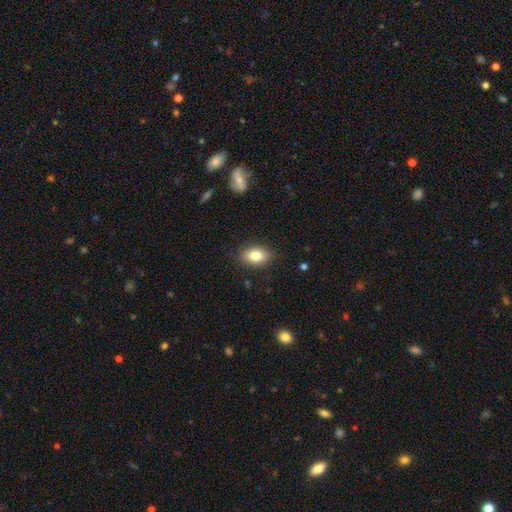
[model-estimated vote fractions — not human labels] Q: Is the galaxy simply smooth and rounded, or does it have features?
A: smooth — 81%.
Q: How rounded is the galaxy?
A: in between — 84%.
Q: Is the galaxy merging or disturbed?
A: none — 86%.